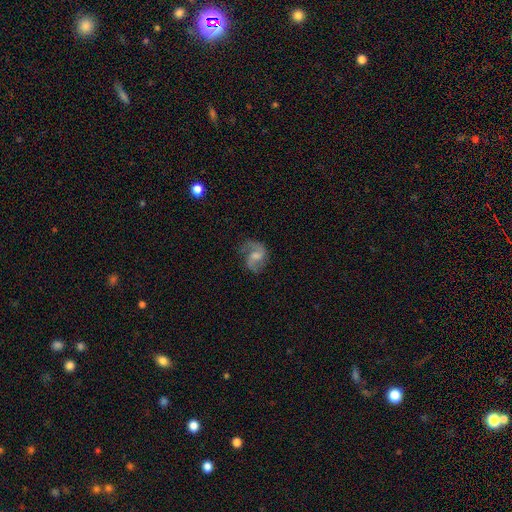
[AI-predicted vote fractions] This is likely a featured or disk galaxy (79%). It is clearly not viewed edge-on (98%). Bar: possibly weak (50%). Spiral arm pattern: clearly yes (95%). Spiral arm count: clearly 2 (87%). Spiral winding: possibly medium (46%). Central bulge: marginally moderate (43%). Merging: likely none (68%).